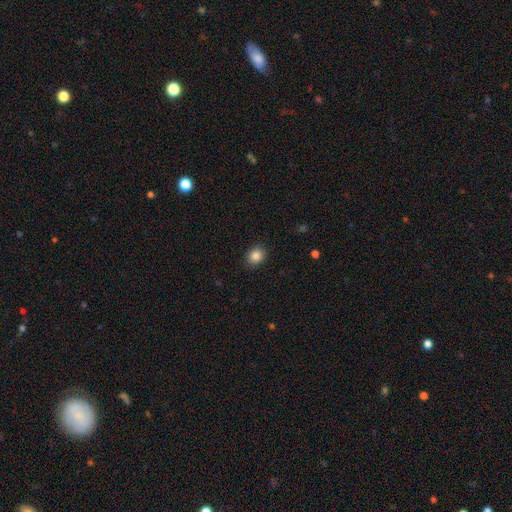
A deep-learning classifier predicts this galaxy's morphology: This is clearly a smooth galaxy (85%). How rounded: likely round (63%). Merging: clearly none (89%).